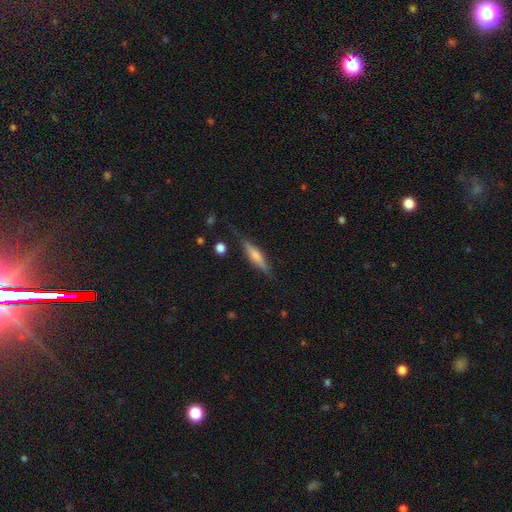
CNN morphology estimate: Smooth or featured?
  - smooth: 47% *
  - featured or disk: 46%
  - star or artifact: 7%
Merging?
  - none: 78% *
  - minor disturbance: 15%
  - major disturbance: 4%
  - merger: 2%